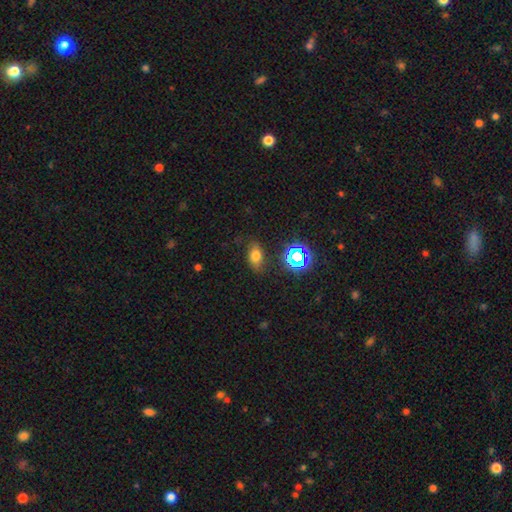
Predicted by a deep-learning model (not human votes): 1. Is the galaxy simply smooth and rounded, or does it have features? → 67% smooth, 21% star or artifact, 13% featured or disk.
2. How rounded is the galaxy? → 80% in between, 17% round, 3% cigar-shaped.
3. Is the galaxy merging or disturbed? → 76% none, 16% minor disturbance, 6% major disturbance, 2% merger.